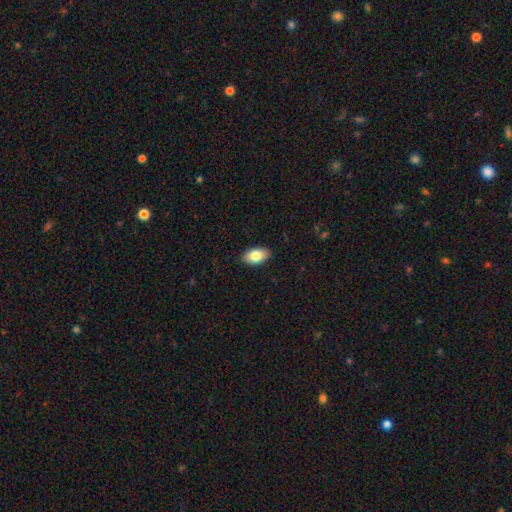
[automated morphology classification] smooth 82%, featured or disk 11%, star or artifact 7%. Down the decision tree: how rounded — in between (94%); merging — none (89%).